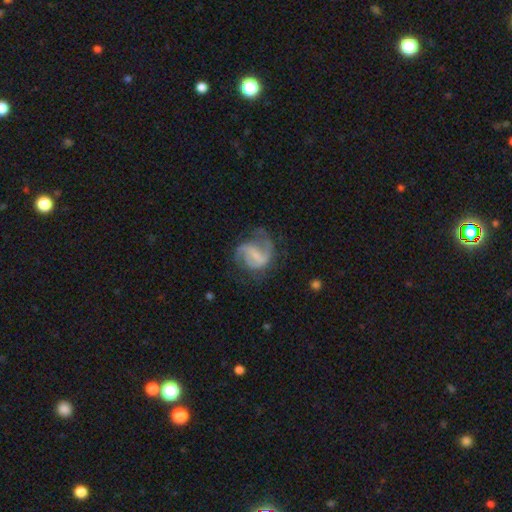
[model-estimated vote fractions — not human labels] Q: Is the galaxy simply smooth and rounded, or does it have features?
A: featured or disk — 80%.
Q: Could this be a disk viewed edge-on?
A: no — 98%.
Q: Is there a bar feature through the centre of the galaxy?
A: weak — 51%.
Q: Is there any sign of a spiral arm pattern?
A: yes — 93%.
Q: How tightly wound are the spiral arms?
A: medium — 49%.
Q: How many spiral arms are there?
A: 2 — 60%.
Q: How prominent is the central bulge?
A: small — 43%.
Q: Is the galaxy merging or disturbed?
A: none — 57%.